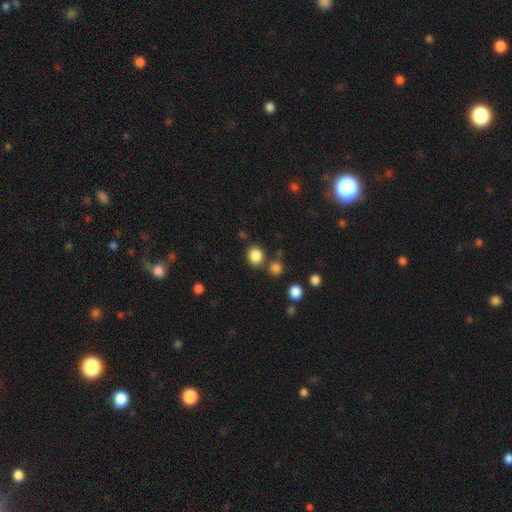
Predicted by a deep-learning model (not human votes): A smooth galaxy with no disk features (85%) that is round (84%).

Vote fractions:
- Smooth or featured? smooth: 85% / star or artifact: 11% / featured or disk: 4%
- How rounded? round: 84% / in between: 15% / cigar-shaped: 1%
- Merging? none: 79% / merger: 9% / minor disturbance: 8% / major disturbance: 3%